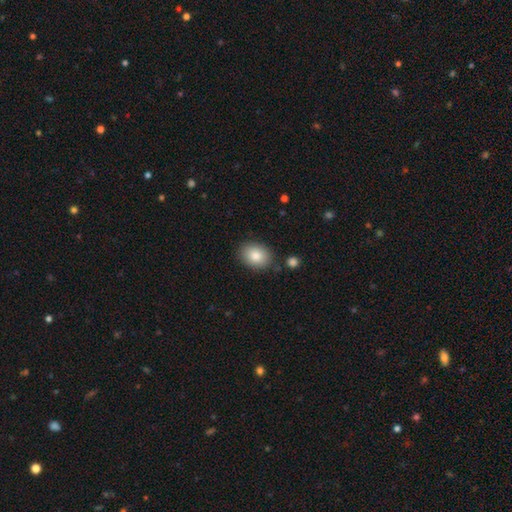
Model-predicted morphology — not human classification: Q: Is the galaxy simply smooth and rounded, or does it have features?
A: smooth — 85%.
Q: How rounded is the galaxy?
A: in between — 66%.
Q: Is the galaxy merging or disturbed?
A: none — 83%.